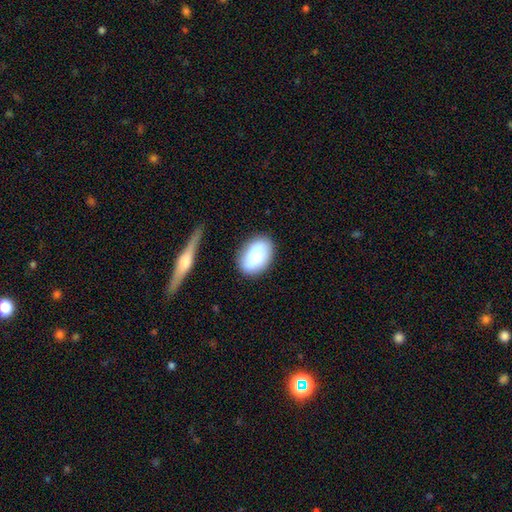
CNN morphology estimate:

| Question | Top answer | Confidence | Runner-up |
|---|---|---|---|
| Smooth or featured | smooth | 78% | featured or disk (14%) |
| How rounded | in between | 86% | round (13%) |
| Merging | none | 72% | minor disturbance (18%) |